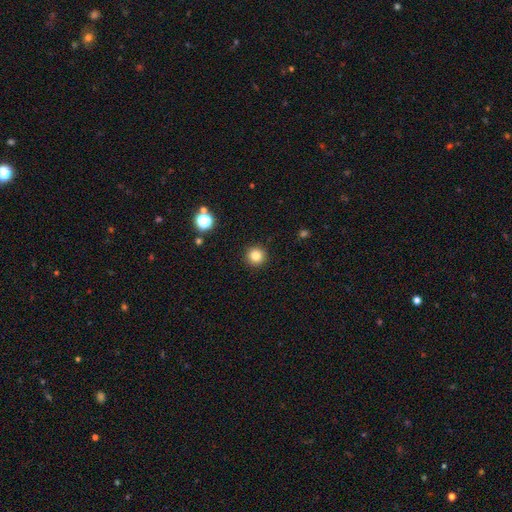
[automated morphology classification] Smooth or featured? Predicted: smooth (p=0.83). How rounded? Predicted: round (p=0.96). Merging? Predicted: none (p=0.93).